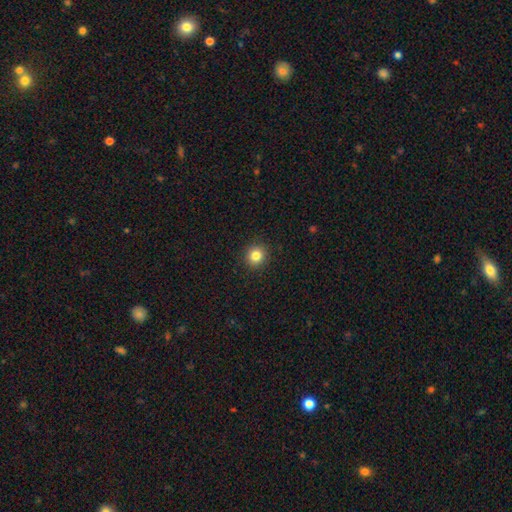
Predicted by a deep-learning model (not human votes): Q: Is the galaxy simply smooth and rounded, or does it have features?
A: smooth — 83%.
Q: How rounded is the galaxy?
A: round — 91%.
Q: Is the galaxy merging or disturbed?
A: none — 92%.